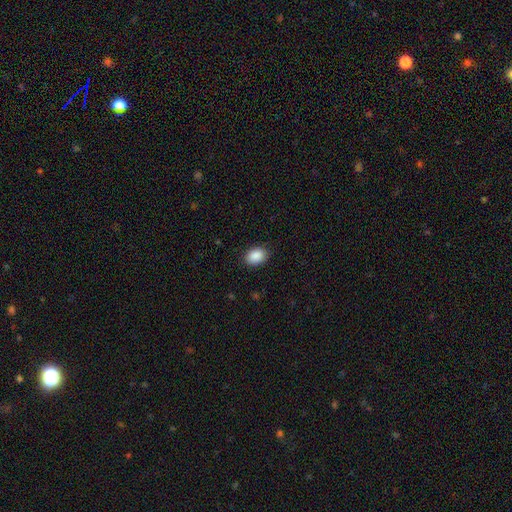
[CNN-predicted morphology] smooth_or_featured: smooth (p=0.90) [alt: star or artifact p=0.07]
how_rounded: in between (p=0.80) [alt: round p=0.19]
merging: none (p=0.88) [alt: minor disturbance p=0.08]